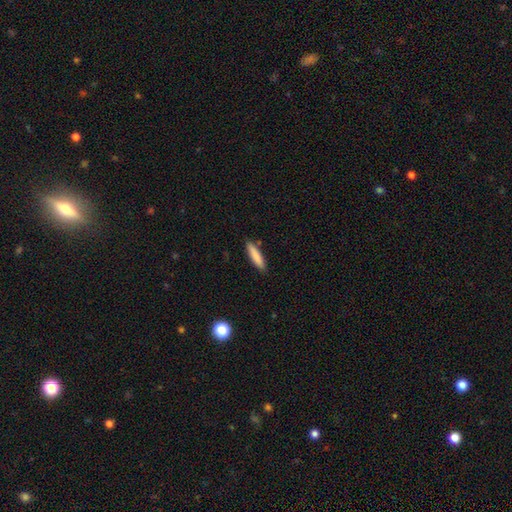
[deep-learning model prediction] Smooth or featured? Predicted: smooth (p=0.83). How rounded? Predicted: cigar-shaped (p=0.80). Merging? Predicted: none (p=0.87).